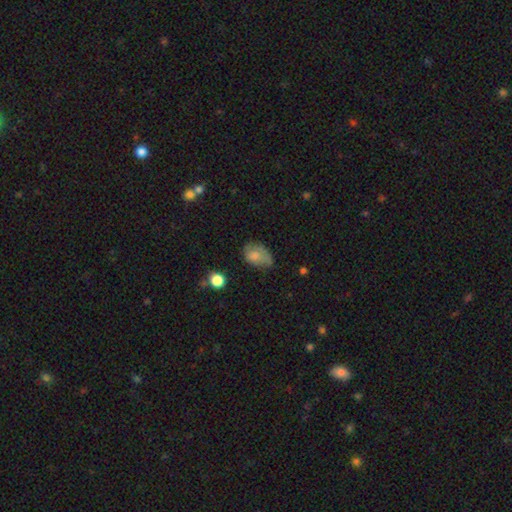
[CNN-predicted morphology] A smooth galaxy with no disk features (70%) that is in between round and cigar-shaped (79%).

Vote fractions:
- Smooth or featured? smooth: 70% / featured or disk: 20% / star or artifact: 10%
- How rounded? in between: 79% / round: 19% / cigar-shaped: 1%
- Merging? none: 40% / minor disturbance: 38% / major disturbance: 19% / merger: 3%